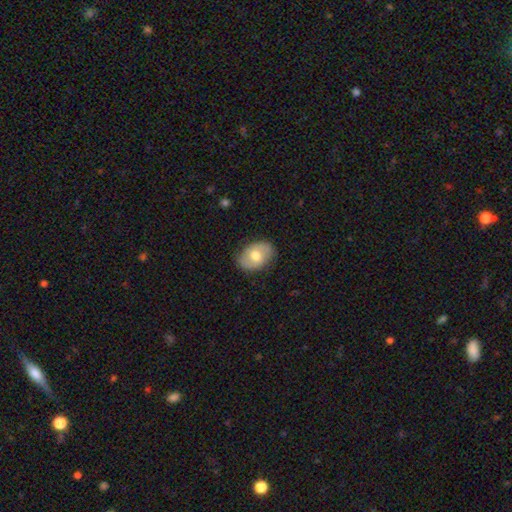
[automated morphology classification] Overall: smooth (60%; featured or disk 34%). How rounded: in between (80%). Merging: none (82%).